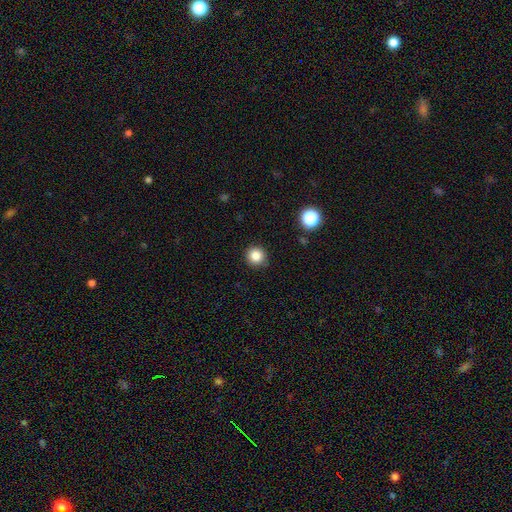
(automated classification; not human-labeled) smooth_or_featured: smooth (p=0.84) [alt: star or artifact p=0.11]
how_rounded: round (p=0.95) [alt: in between p=0.04]
merging: none (p=0.90) [alt: minor disturbance p=0.07]